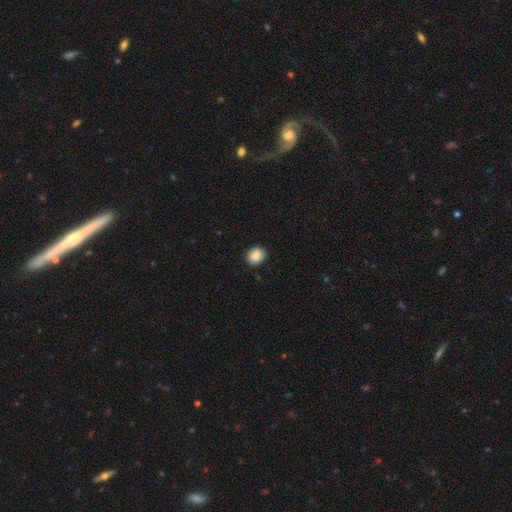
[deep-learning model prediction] Morphology: type=smooth (87%); roundness=round (50%); merging=none (84%).